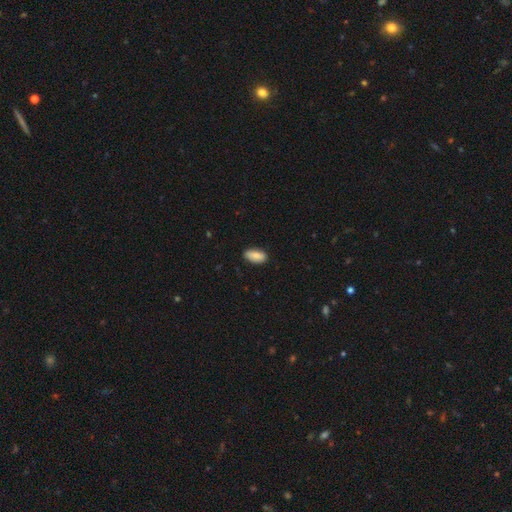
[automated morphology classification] smooth 86%, featured or disk 8%, star or artifact 6%. Down the decision tree: how rounded — in between (91%); merging — none (86%).